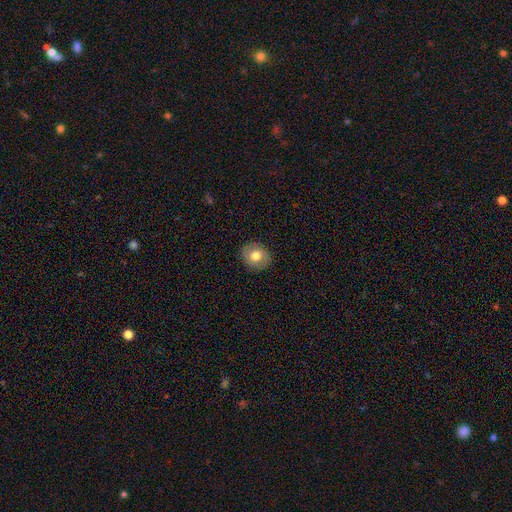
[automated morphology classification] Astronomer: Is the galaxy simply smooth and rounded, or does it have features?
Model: smooth — 74%.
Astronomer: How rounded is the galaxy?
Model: round — 76%.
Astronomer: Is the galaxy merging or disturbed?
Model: none — 88%.